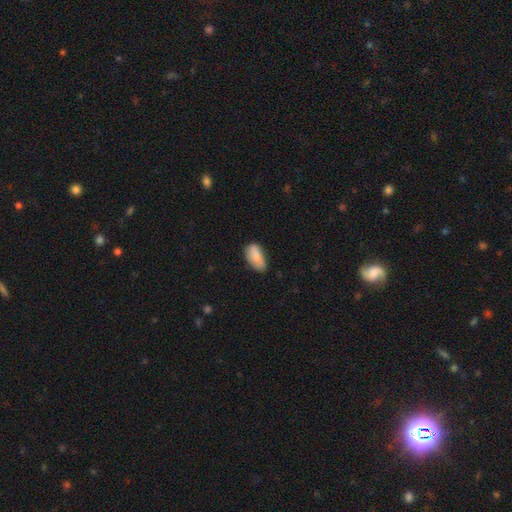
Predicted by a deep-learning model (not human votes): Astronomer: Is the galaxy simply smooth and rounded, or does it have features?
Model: smooth — 83%.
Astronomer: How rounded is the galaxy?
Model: in between — 91%.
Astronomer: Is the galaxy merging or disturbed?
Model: none — 57% (runner-up: minor disturbance, 33%).